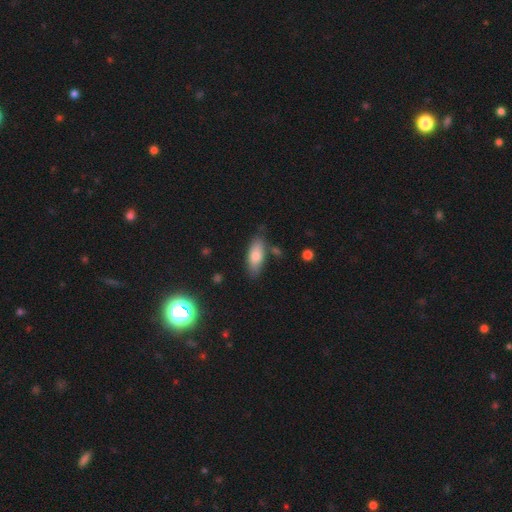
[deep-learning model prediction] Smooth or featured? Predicted: smooth (p=0.78). How rounded? Predicted: in between (p=0.78). Merging? Predicted: none (p=0.77).